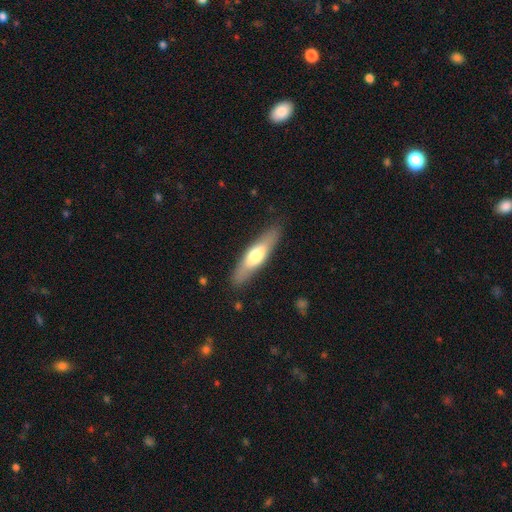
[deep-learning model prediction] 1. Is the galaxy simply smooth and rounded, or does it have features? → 54% smooth, 41% featured or disk, 5% star or artifact.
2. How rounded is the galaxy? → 70% cigar-shaped, 28% in between, 2% round.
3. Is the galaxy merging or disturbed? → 87% none, 10% minor disturbance, 2% major disturbance, 1% merger.